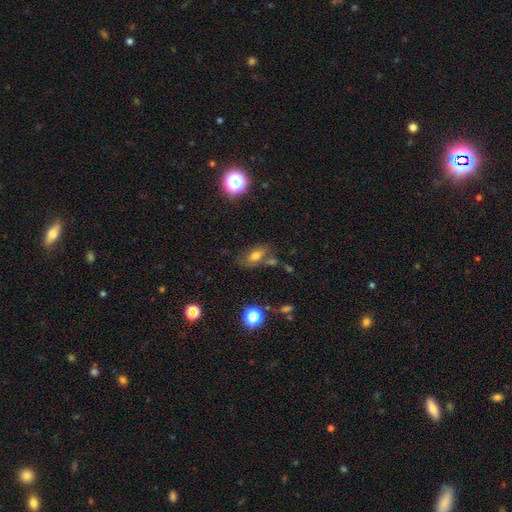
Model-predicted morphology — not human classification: Smooth or featured? smooth (65%)
How rounded? in between (83%)
Merging? none (58%)